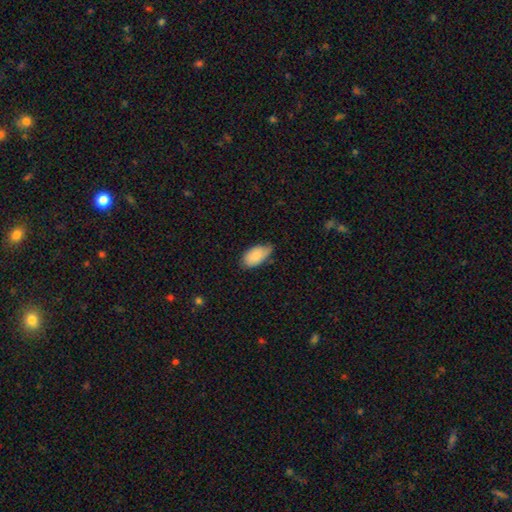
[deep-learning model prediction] This appears to be a smooth galaxy with no disk features (84%) that is in between round and cigar-shaped (95%). Merging: none (53%).